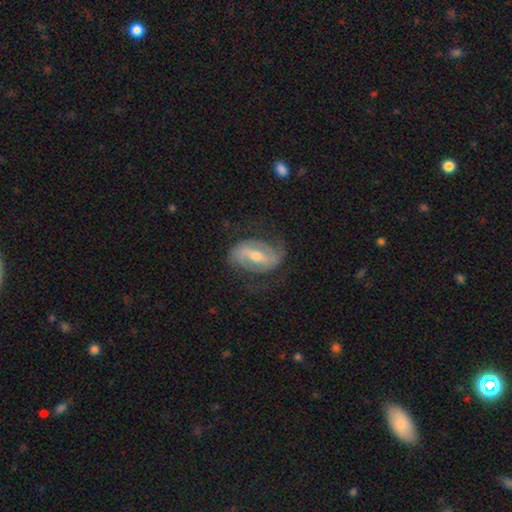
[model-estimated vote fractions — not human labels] smooth_or_featured: featured or disk (p=0.81) [alt: smooth p=0.14]
disk_edge_on: no (p=0.96) [alt: yes p=0.04]
bar: strong (p=0.46) [alt: weak p=0.41]
has_spiral_arms: yes (p=0.92) [alt: no p=0.08]
spiral_winding: medium (p=0.46) [alt: tight p=0.27]
spiral_arm_count: 2 (p=0.85) [alt: can't tell p=0.07]
bulge_size: moderate (p=0.60) [alt: small p=0.32]
merging: none (p=0.69) [alt: minor disturbance p=0.18]